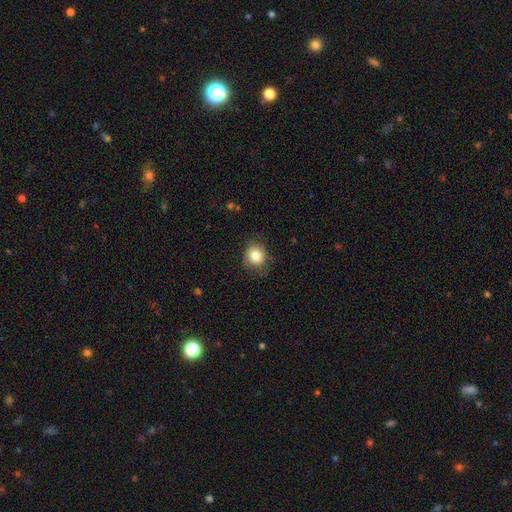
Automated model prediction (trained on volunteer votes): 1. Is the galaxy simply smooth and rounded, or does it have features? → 82% smooth, 10% star or artifact, 8% featured or disk.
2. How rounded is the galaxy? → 78% round, 21% in between, 1% cigar-shaped.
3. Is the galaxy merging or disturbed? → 77% none, 17% minor disturbance, 5% major disturbance, 1% merger.